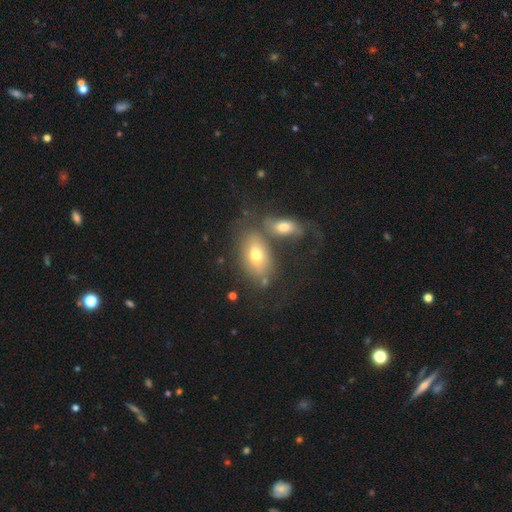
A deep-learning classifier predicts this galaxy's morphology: Smooth or featured: smooth — 63% (featured or disk — 27%)
How rounded: in between — 87% (round — 9%)
Merging: none — 46% (merger — 32%)